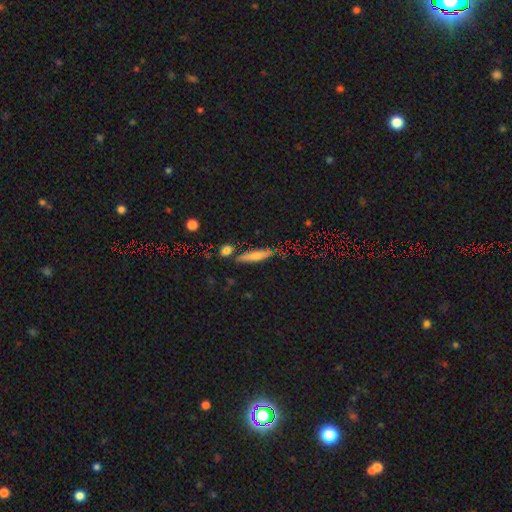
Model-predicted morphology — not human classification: Smooth or featured: featured or disk — 45% (smooth — 43%)
Merging: none — 81% (minor disturbance — 12%)